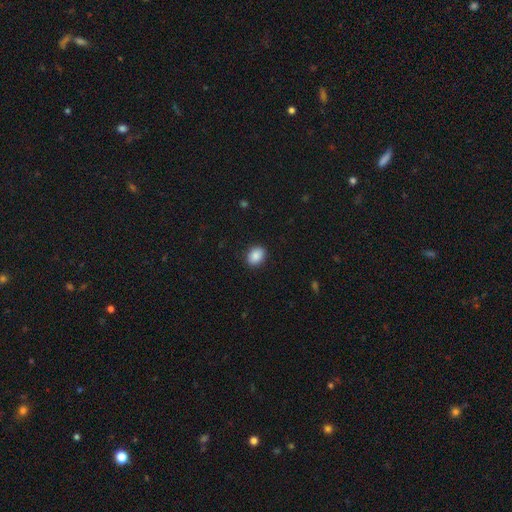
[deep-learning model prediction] Morphology: type=smooth (89%); roundness=in between (70%); merging=none (90%).